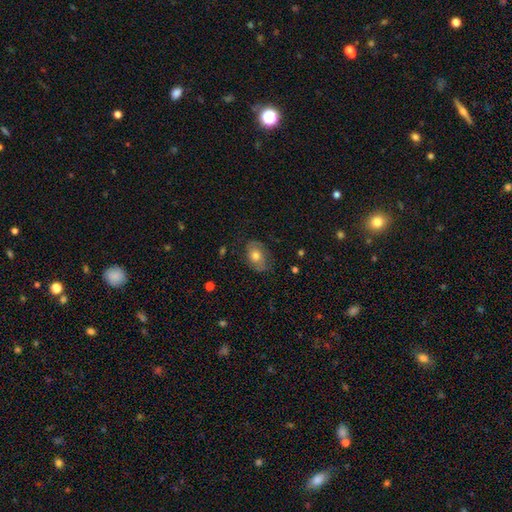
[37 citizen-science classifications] featured or disk 57%, smooth 35%, star or artifact 8%. Down the decision tree: edge-on disk — no (95%); bar — no (60%); spiral arms — yes (90%); spiral arm count — 2 (94%); spiral winding — medium (50%); bulge size — moderate (85%); merging — none (65%).